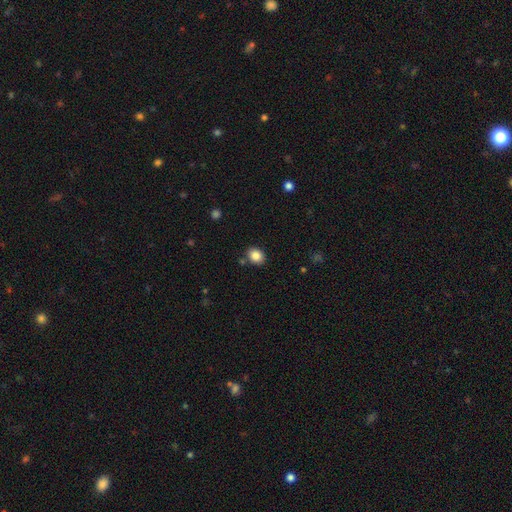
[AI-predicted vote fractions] Q: Smooth or featured?
A: smooth (86%); runner-up: star or artifact (9%)
Q: How rounded?
A: round (51%); runner-up: in between (49%)
Q: Merging?
A: none (83%); runner-up: minor disturbance (10%)